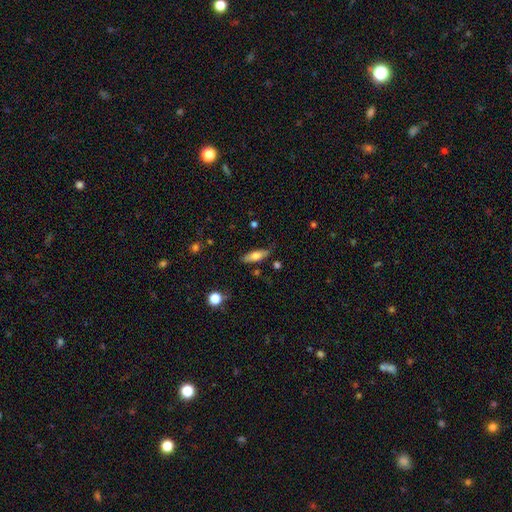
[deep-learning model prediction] The model was most divided on "how rounded": in between: 61%, cigar-shaped: 37%, round: 2%. More confident: merging — none (79%); smooth or featured — smooth (69%).